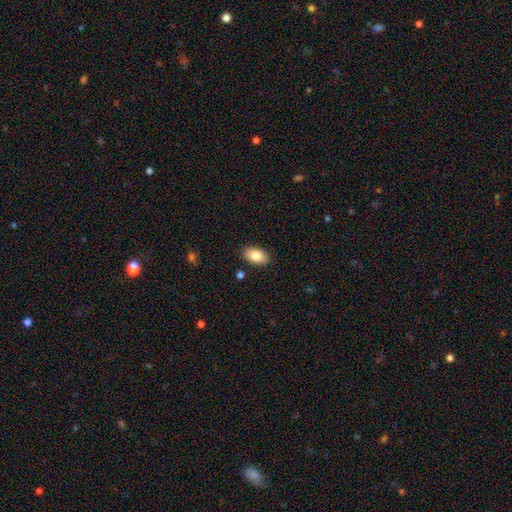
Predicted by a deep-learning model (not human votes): Smooth or featured?
  - smooth: 84% *
  - featured or disk: 9%
  - star or artifact: 7%
How rounded?
  - in between: 92% *
  - round: 6%
  - cigar-shaped: 2%
Merging?
  - none: 87% *
  - minor disturbance: 9%
  - major disturbance: 2%
  - merger: 2%